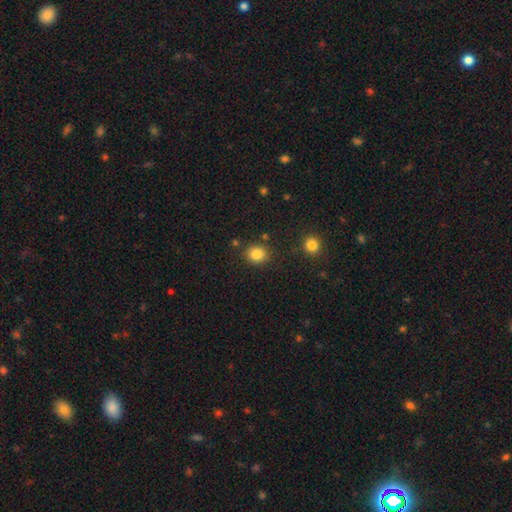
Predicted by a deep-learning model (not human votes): smooth-or-featured: smooth: 84% | star or artifact: 11% | featured or disk: 5%
  how-rounded: round: 78% | in between: 21% | cigar-shaped: 1%
  merging: none: 85% | minor disturbance: 9% | merger: 4% | major disturbance: 3%